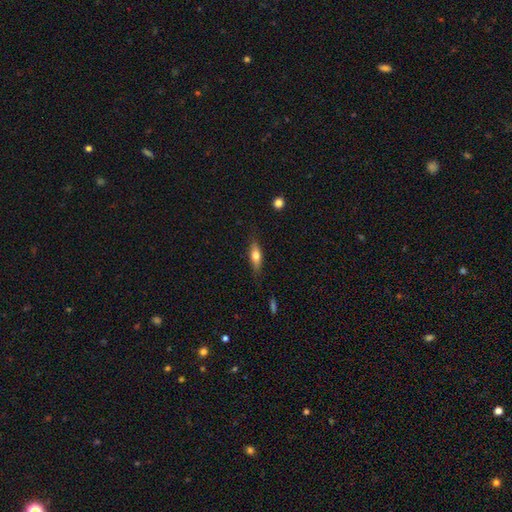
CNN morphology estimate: Q: Smooth or featured?
A: smooth (61%); runner-up: featured or disk (33%)
Q: How rounded?
A: in between (50%); runner-up: cigar-shaped (46%)
Q: Merging?
A: none (80%); runner-up: minor disturbance (15%)